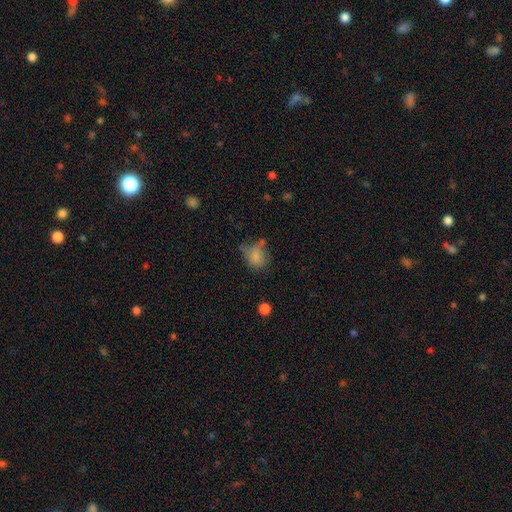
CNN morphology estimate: Overall: smooth (77%). How rounded: round (64%; in between 35%). Merging: none (47%; minor disturbance 30%).